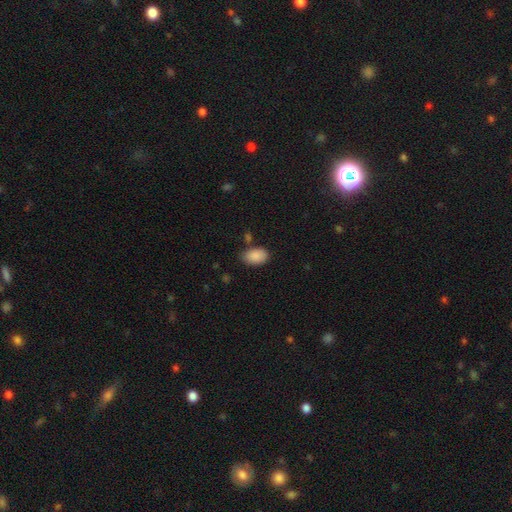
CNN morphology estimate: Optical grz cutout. It shows a smooth galaxy with no disk features (89%) that is in between round and cigar-shaped (90%). Merging: none (75%).